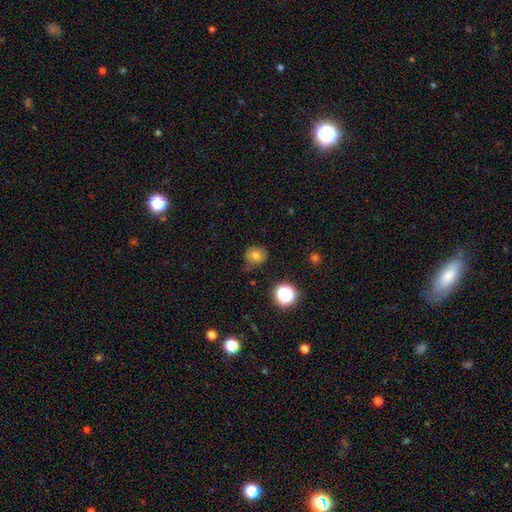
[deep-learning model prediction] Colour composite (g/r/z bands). It shows a smooth galaxy with no disk features (73%) that is round (80%). Merging: none (68%).